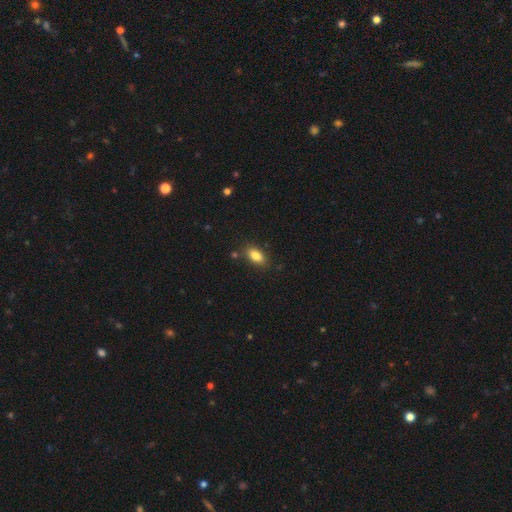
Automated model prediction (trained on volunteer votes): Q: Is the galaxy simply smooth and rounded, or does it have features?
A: smooth — 85%.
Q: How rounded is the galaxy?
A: in between — 89%.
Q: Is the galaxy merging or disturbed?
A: none — 82%.